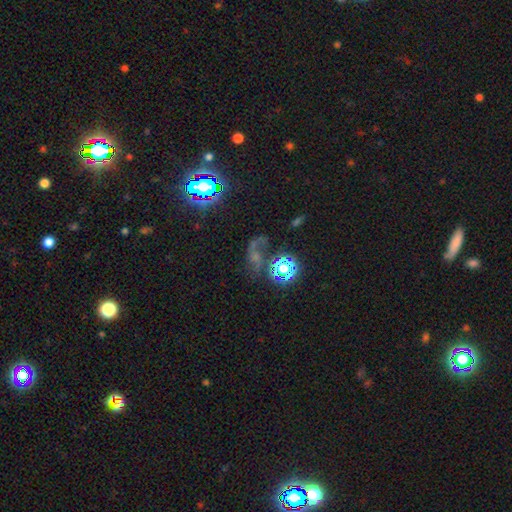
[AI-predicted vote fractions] The model was most divided on "smooth or featured": star or artifact: 48%, featured or disk: 29%, smooth: 23%.